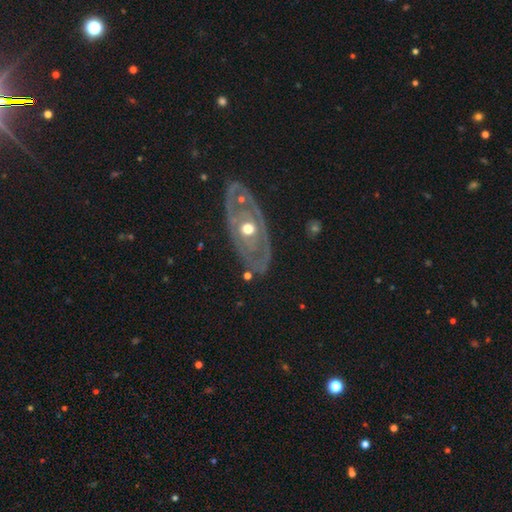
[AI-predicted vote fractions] smooth_or_featured: featured or disk (p=0.81) [alt: smooth p=0.13]
disk_edge_on: no (p=0.89) [alt: yes p=0.11]
bar: no (p=0.85) [alt: weak p=0.10]
has_spiral_arms: yes (p=0.55) [alt: no p=0.45]
bulge_size: moderate (p=0.72) [alt: small p=0.21]
merging: none (p=0.80) [alt: minor disturbance p=0.13]